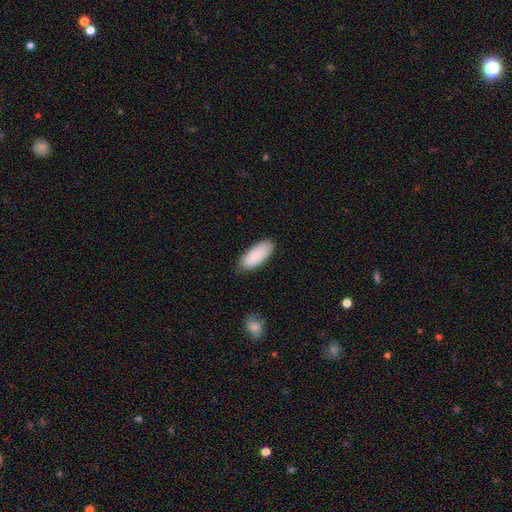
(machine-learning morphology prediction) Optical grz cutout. It shows a smooth galaxy with no disk features (85%) that is in between round and cigar-shaped (85%). Merging: none (81%).